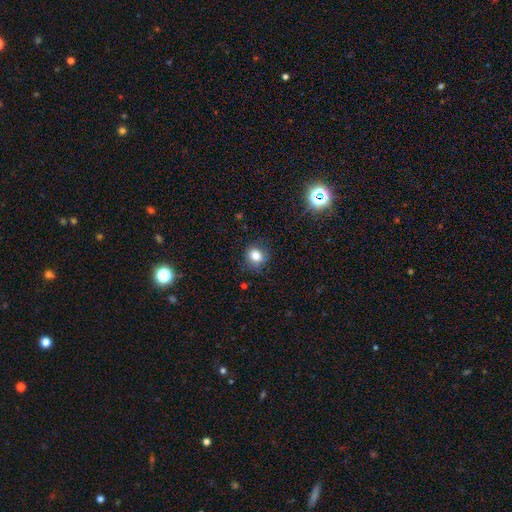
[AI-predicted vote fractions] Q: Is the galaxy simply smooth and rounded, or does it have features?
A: smooth — 80%.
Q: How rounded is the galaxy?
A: round — 72%.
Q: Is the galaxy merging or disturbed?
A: none — 82%.